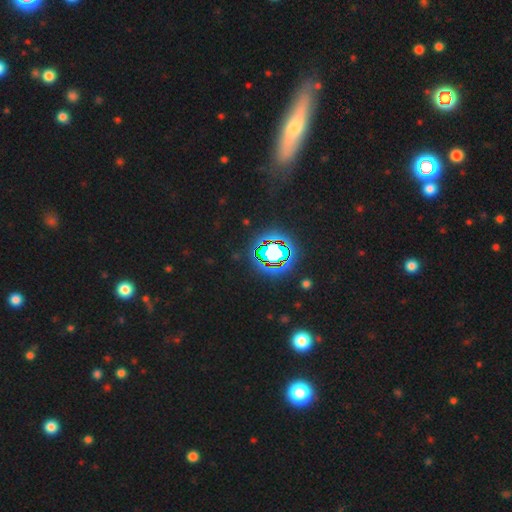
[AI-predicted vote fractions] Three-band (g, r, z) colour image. It shows a star or artifact, not a galaxy (71%).